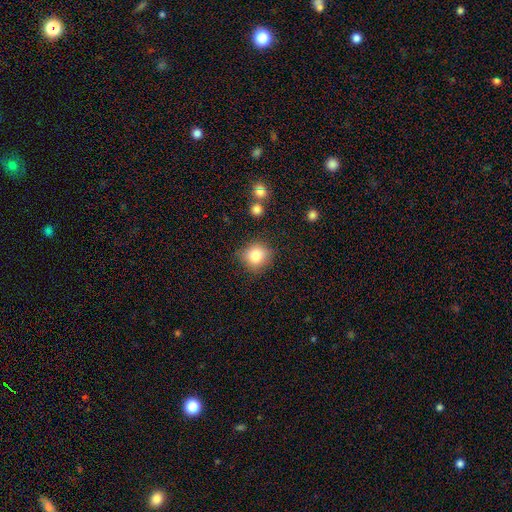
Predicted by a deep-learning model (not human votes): Smooth or featured? smooth (83%)
How rounded? round (82%)
Merging? none (76%)